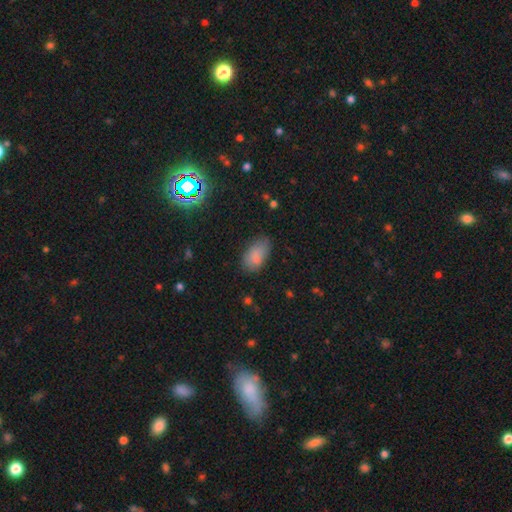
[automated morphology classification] Smooth or featured?
  - smooth: 82% *
  - star or artifact: 10%
  - featured or disk: 8%
How rounded?
  - in between: 93% *
  - round: 4%
  - cigar-shaped: 3%
Merging?
  - none: 67% *
  - minor disturbance: 24%
  - major disturbance: 6%
  - merger: 2%